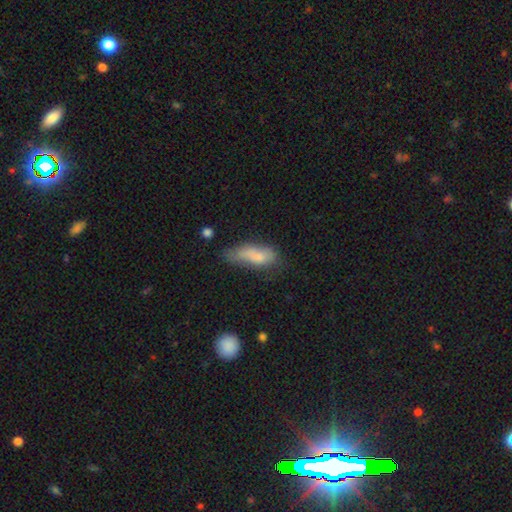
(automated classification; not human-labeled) Morphology: type=smooth (74%); roundness=in between (62%); merging=none (36%).